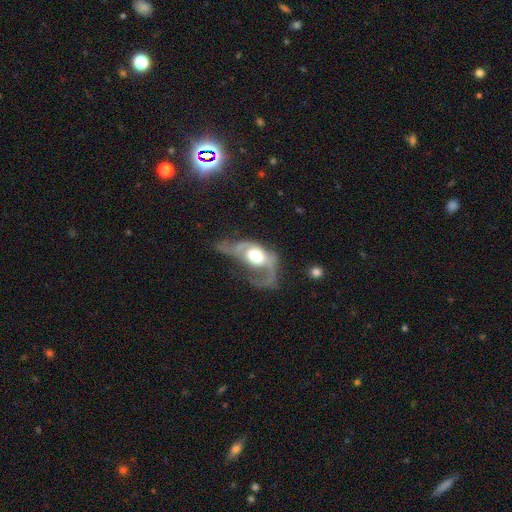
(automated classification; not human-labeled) Smooth or featured? Predicted: featured or disk (p=0.72). Edge-on disk? Predicted: no (p=0.92). Bar? Predicted: no (p=0.72). Spiral arms? Predicted: yes (p=0.73). Bulge size? Predicted: moderate (p=0.49). Merging? Predicted: major disturbance (p=0.55).